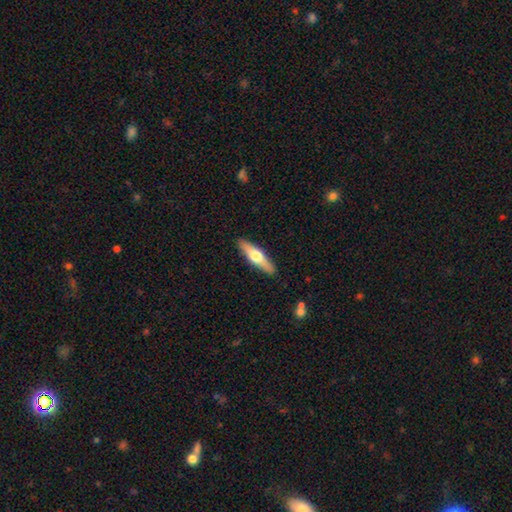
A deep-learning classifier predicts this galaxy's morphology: The model was most divided on "smooth or featured": featured or disk: 50%, smooth: 45%, star or artifact: 5%. More confident: merging — none (90%).